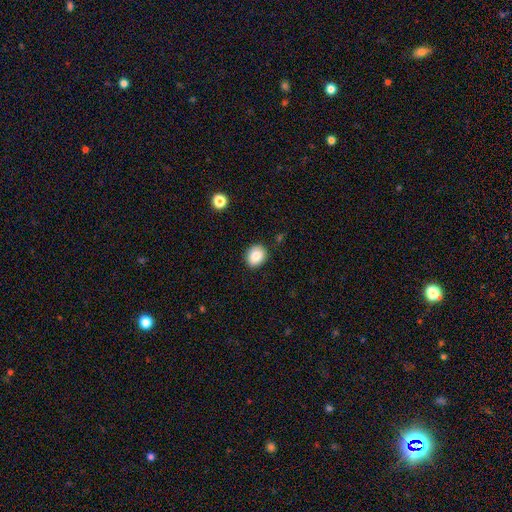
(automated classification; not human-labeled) Smooth or featured? Predicted: smooth (p=0.85). How rounded? Predicted: round (p=0.58). Merging? Predicted: none (p=0.88).